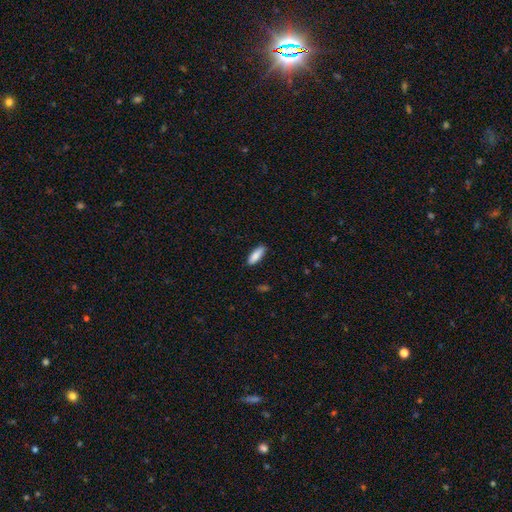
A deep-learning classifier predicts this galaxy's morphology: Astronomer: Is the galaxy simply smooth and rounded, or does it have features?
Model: smooth — 87%.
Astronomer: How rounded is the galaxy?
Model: in between — 59% (runner-up: cigar-shaped, 40%).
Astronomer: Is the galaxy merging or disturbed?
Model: none — 88%.